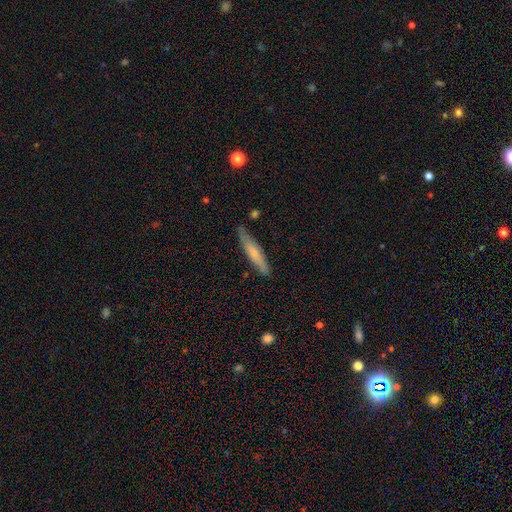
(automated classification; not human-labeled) smooth_or_featured: smooth (p=0.58) [alt: featured or disk p=0.36]
how_rounded: cigar-shaped (p=0.90) [alt: in between p=0.08]
merging: none (p=0.81) [alt: minor disturbance p=0.14]